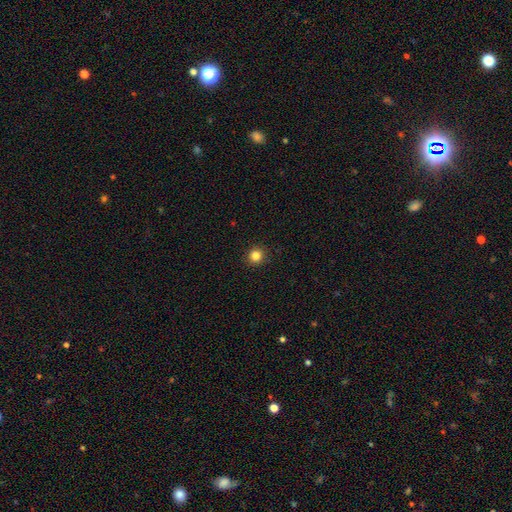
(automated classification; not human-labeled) Morphology: type=smooth (84%); roundness=round (93%); merging=none (92%).